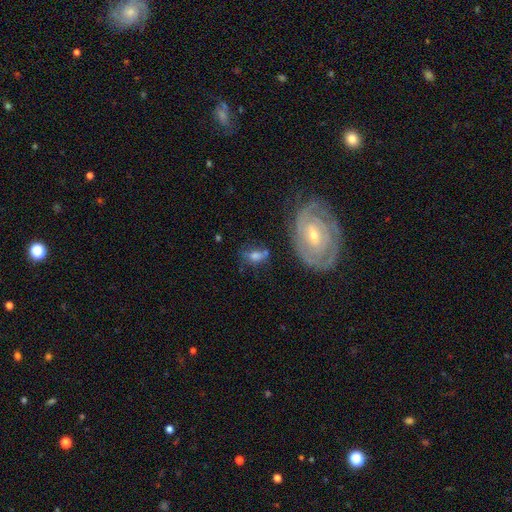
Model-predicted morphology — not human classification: Smooth or featured: featured or disk — 46% (smooth — 42%)
Merging: none — 59% (minor disturbance — 21%)